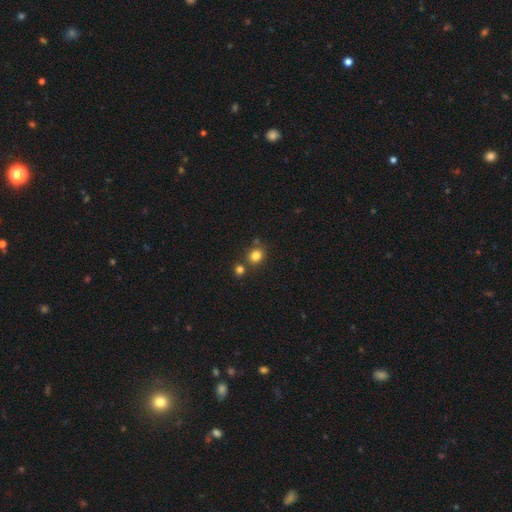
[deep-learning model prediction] Q: Smooth or featured?
A: smooth (81%); runner-up: star or artifact (13%)
Q: How rounded?
A: round (79%); runner-up: in between (20%)
Q: Merging?
A: none (69%); runner-up: merger (19%)